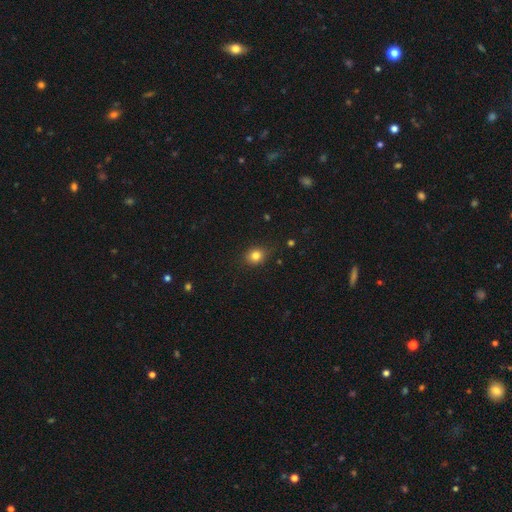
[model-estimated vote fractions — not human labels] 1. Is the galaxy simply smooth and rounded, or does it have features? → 82% smooth, 12% star or artifact, 6% featured or disk.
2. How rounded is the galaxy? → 67% round, 31% in between, 1% cigar-shaped.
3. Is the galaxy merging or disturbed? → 83% none, 13% minor disturbance, 3% major disturbance, 1% merger.